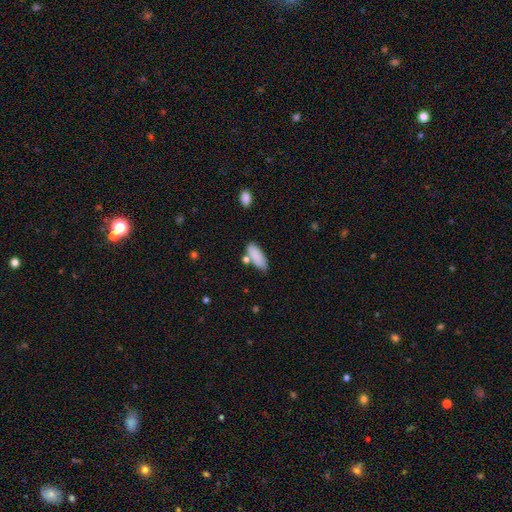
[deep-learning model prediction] Smooth or featured? smooth (87%)
How rounded? in between (75%)
Merging? none (71%)